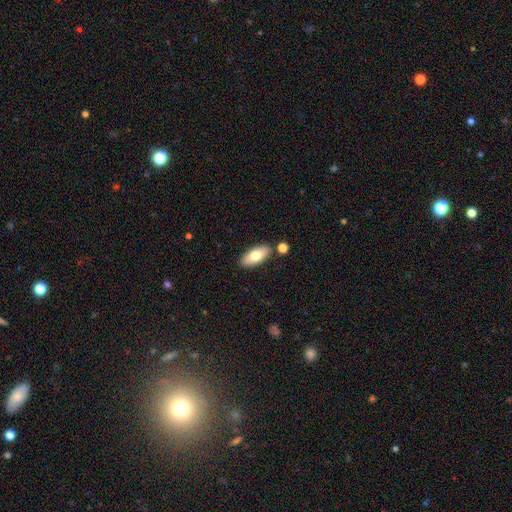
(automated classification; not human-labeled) Morphology: type=smooth (73%); roundness=in between (87%); merging=none (84%).